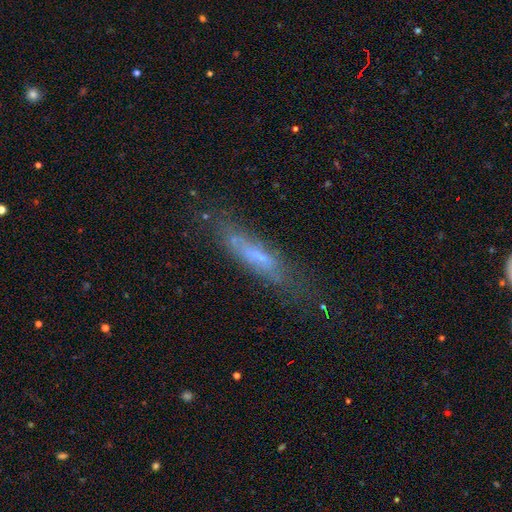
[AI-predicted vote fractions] This appears to be a smooth galaxy with no disk features (45%). Merging: none (65%).